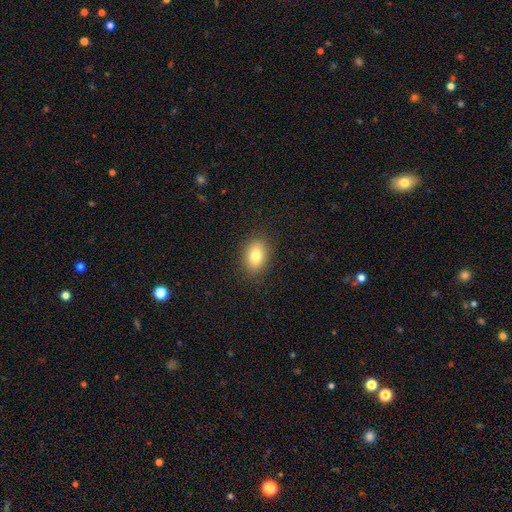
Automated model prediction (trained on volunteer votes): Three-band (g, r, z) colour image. It shows a smooth galaxy with no disk features (81%) that is in between round and cigar-shaped (80%). Merging: none (88%).